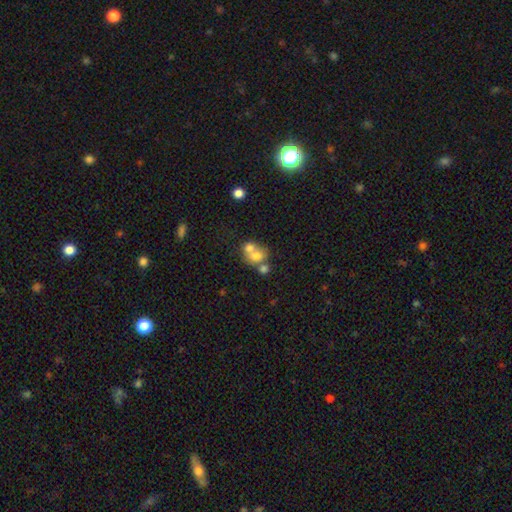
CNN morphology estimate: This is likely a smooth galaxy (67%). How rounded: likely round (60%). Merging: likely merger (63%).